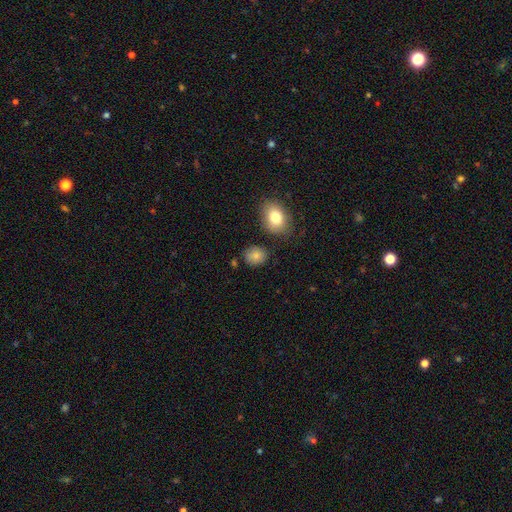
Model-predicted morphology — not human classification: This appears to be a smooth galaxy with no disk features (83%) that is round (62%). Merging: none (80%).